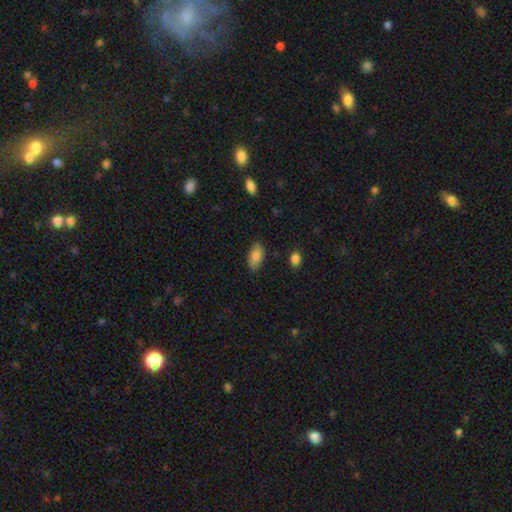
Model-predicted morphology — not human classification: smooth 77%, featured or disk 16%, star or artifact 7%. Down the decision tree: how rounded — in between (93%); merging — none (78%).